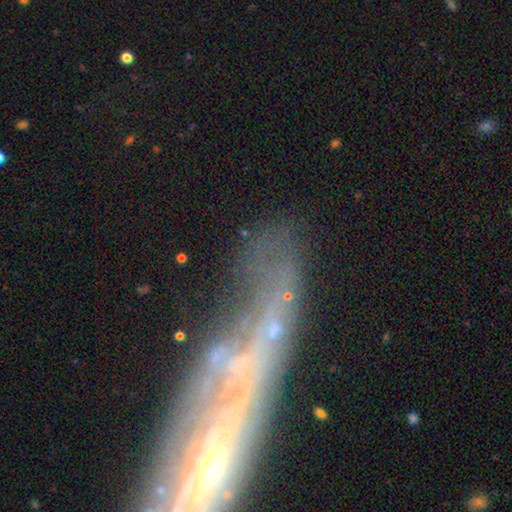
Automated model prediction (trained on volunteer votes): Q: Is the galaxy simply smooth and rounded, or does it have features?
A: featured or disk — 63%.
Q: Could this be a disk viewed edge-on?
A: no — 59%.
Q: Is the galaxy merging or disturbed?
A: none — 49%.